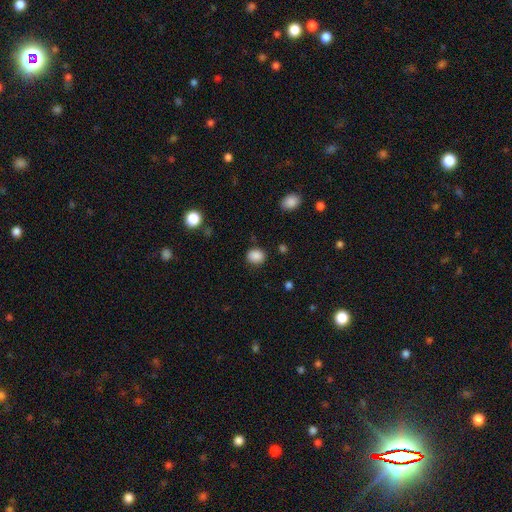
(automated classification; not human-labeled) Smooth or featured? Predicted: smooth (p=0.87). How rounded? Predicted: round (p=0.63). Merging? Predicted: none (p=0.84).